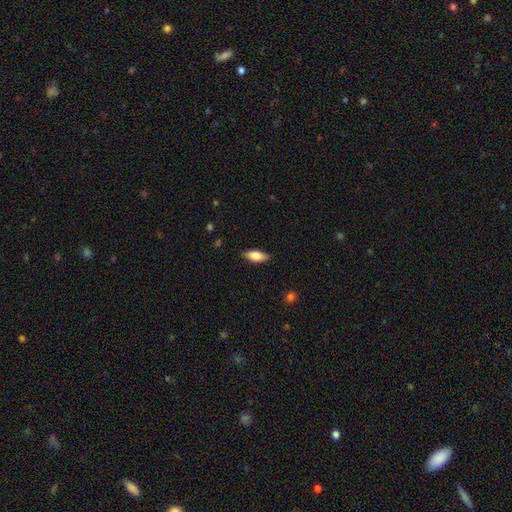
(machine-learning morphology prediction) This appears to be a smooth galaxy with no disk features (82%) that is in between round and cigar-shaped (84%). Merging: none (84%).